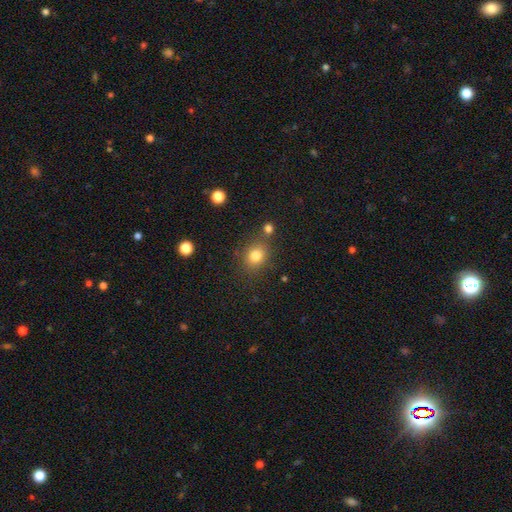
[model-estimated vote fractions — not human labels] smooth_or_featured: smooth (p=0.81) [alt: star or artifact p=0.12]
how_rounded: round (p=0.66) [alt: in between p=0.33]
merging: none (p=0.74) [alt: minor disturbance p=0.13]